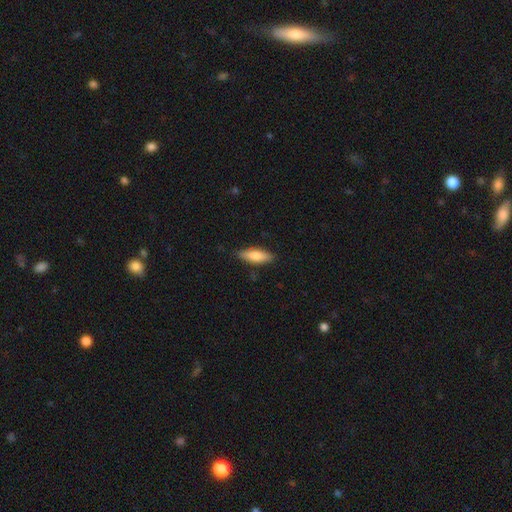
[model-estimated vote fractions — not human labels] Overall: smooth (77%). How rounded: in between (55%; cigar-shaped 43%). Merging: none (85%).